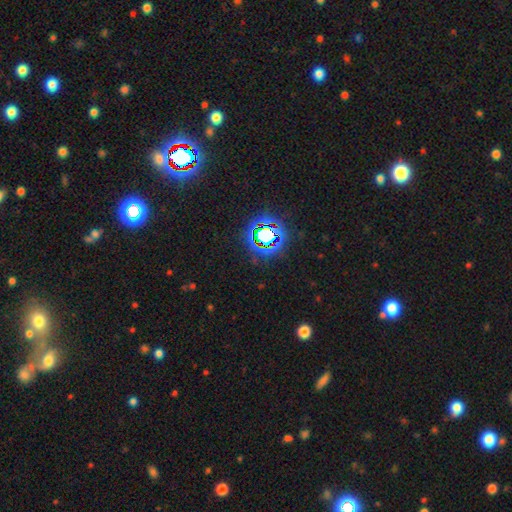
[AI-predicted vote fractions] Morphology: type=star or artifact (77%).